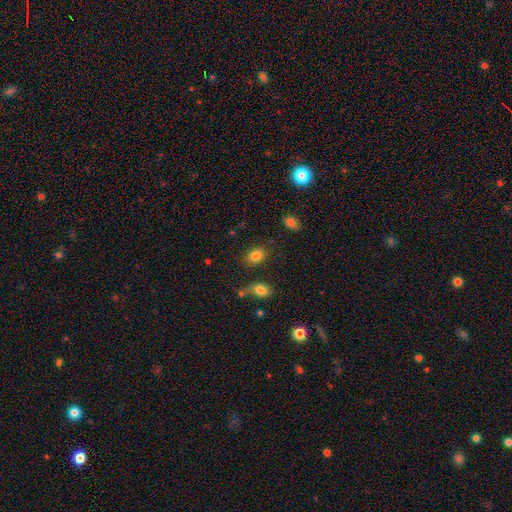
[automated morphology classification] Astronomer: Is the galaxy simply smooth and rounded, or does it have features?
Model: smooth — 83%.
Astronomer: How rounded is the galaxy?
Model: in between — 72%.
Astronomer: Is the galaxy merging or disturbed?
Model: none — 78%.